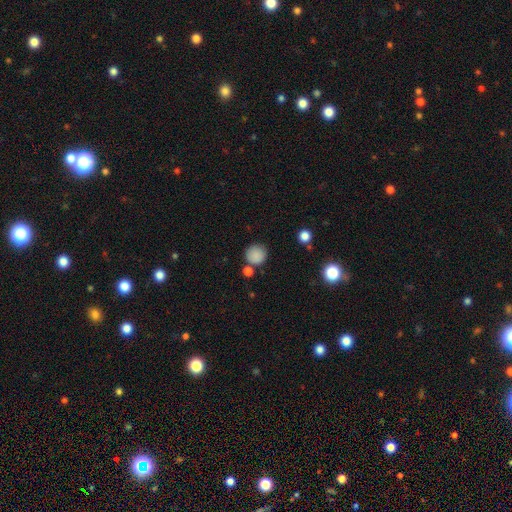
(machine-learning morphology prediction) smooth_or_featured: smooth (p=0.86) [alt: star or artifact p=0.10]
how_rounded: round (p=0.92) [alt: in between p=0.07]
merging: none (p=0.75) [alt: minor disturbance p=0.12]